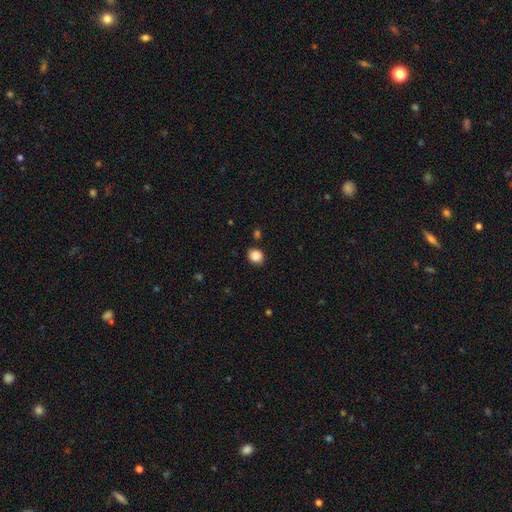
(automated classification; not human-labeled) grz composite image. It shows a smooth galaxy with no disk features (87%) that is round (75%). Merging: none (85%).